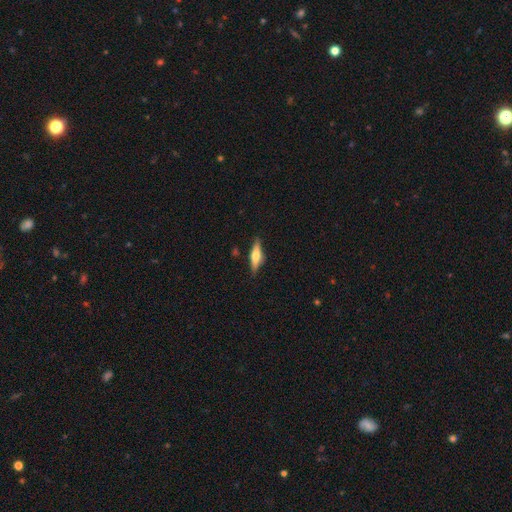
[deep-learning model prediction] Morphology: type=featured or disk (48%); merging=none (83%).